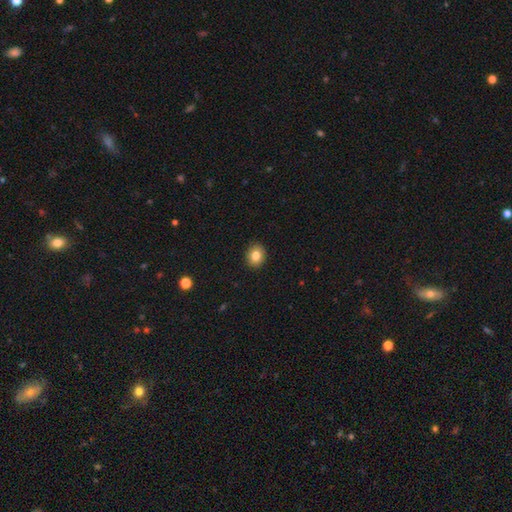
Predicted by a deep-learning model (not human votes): A smooth galaxy with no disk features (82%) that is round (68%).

Vote fractions:
- Smooth or featured? smooth: 82% / star or artifact: 10% / featured or disk: 8%
- How rounded? round: 68% / in between: 31% / cigar-shaped: 1%
- Merging? none: 92% / minor disturbance: 6% / major disturbance: 2% / merger: 1%